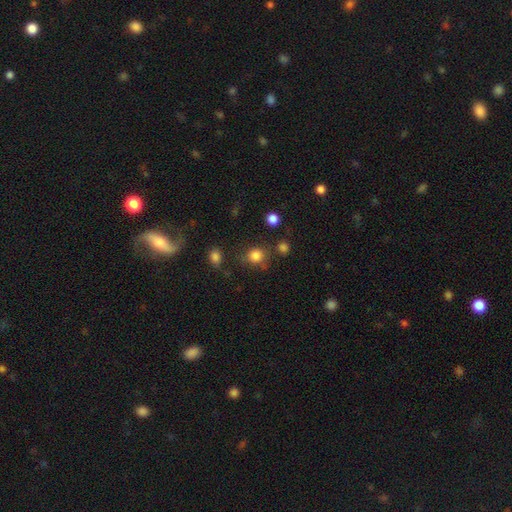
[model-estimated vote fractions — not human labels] Overall: smooth (82%). How rounded: round (82%). Merging: none (73%).